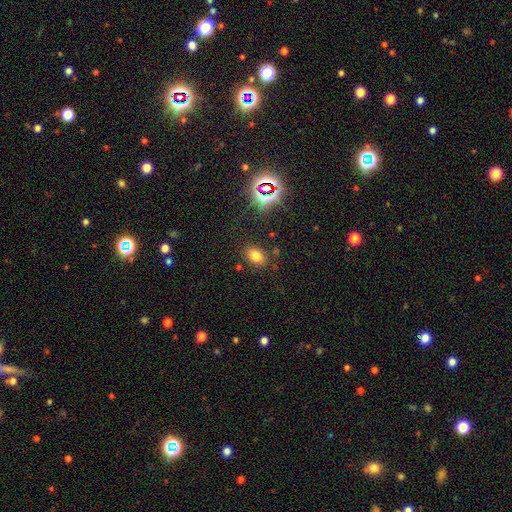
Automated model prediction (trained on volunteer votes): smooth-or-featured: smooth: 73% | star or artifact: 19% | featured or disk: 8%
  how-rounded: in between: 81% | round: 18% | cigar-shaped: 1%
  merging: none: 82% | minor disturbance: 11% | major disturbance: 4% | merger: 4%